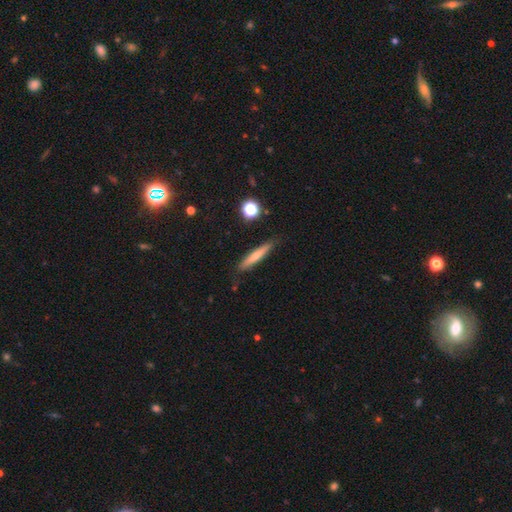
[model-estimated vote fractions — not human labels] smooth-or-featured: smooth: 61% | featured or disk: 32% | star or artifact: 7%
  how-rounded: cigar-shaped: 90% | in between: 8% | round: 2%
  merging: none: 84% | minor disturbance: 12% | major disturbance: 2% | merger: 2%